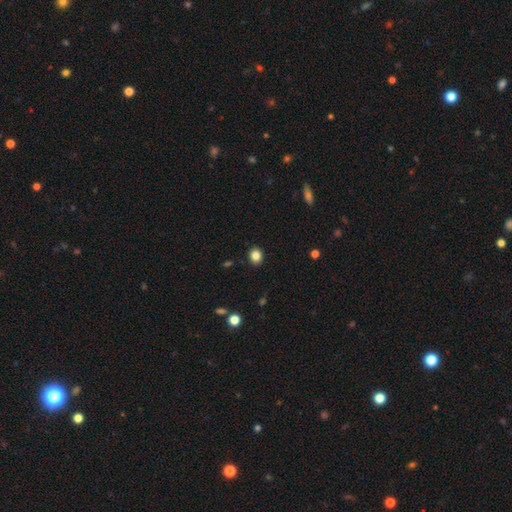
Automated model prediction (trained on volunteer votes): Smooth or featured?
  - smooth: 85% *
  - star or artifact: 10%
  - featured or disk: 5%
How rounded?
  - round: 66% *
  - in between: 33%
  - cigar-shaped: 1%
Merging?
  - none: 91% *
  - minor disturbance: 6%
  - major disturbance: 2%
  - merger: 1%